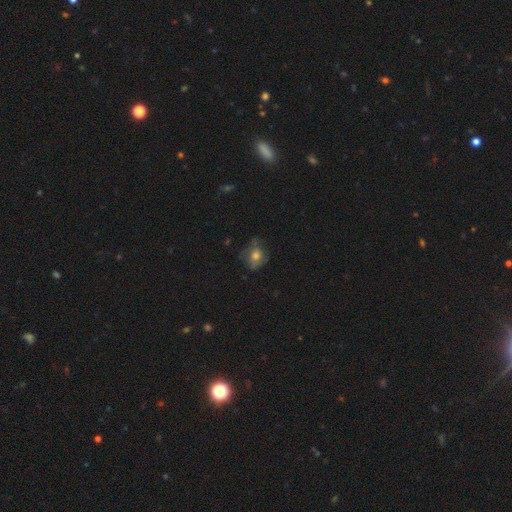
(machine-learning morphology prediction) This is possibly a smooth galaxy (55%). How rounded: possibly round (55%). Merging: possibly none (54%).